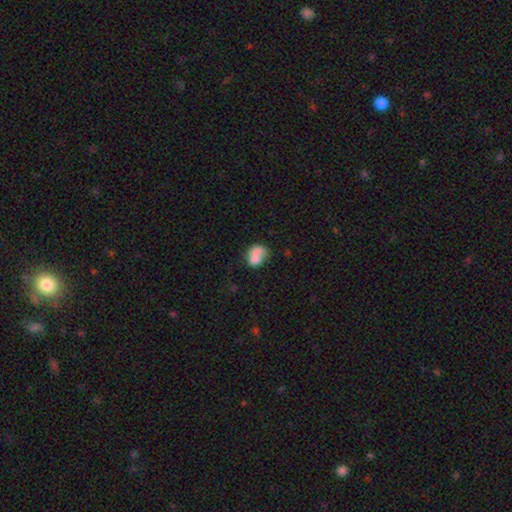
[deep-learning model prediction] Smooth or featured?
  - smooth: 68% *
  - featured or disk: 22%
  - star or artifact: 10%
How rounded?
  - in between: 63% *
  - round: 35%
  - cigar-shaped: 1%
Merging?
  - none: 34% *
  - merger: 30%
  - minor disturbance: 19%
  - major disturbance: 16%